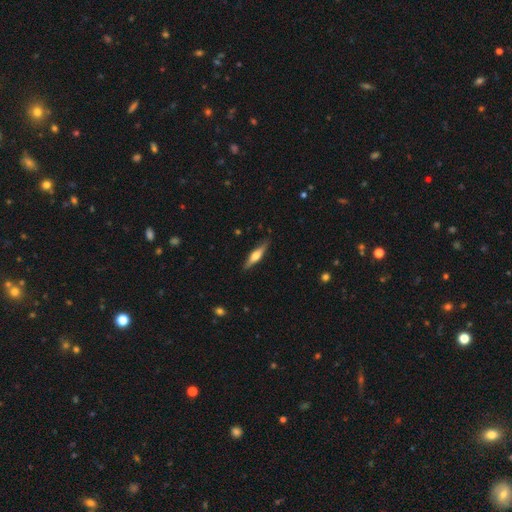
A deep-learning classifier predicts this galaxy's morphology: featured or disk 58%, smooth 36%, star or artifact 5%. Down the decision tree: edge-on disk — yes (95%); edge-on bulge — rounded (90%); merging — none (88%).